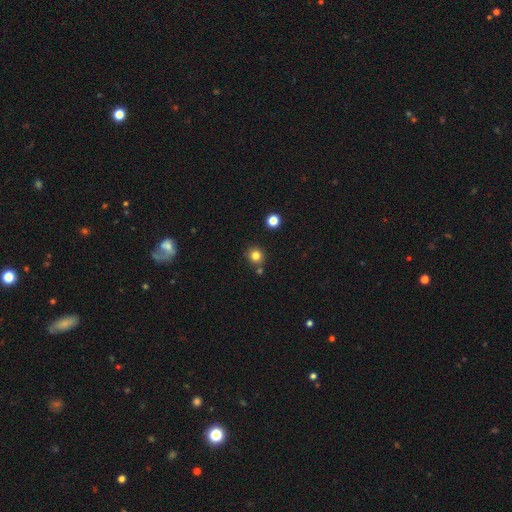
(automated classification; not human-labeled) Morphology: type=smooth (81%); roundness=round (90%); merging=none (80%).